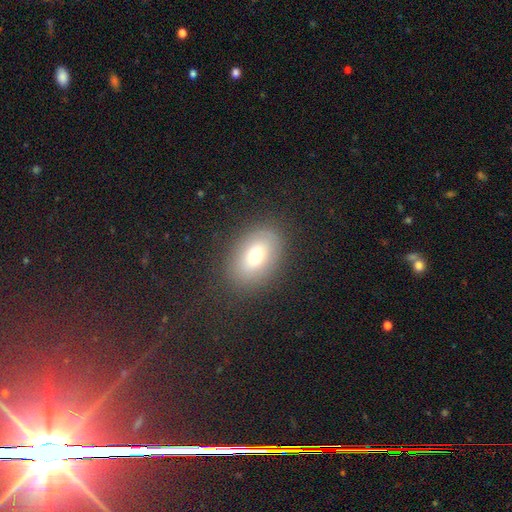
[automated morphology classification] Q: Smooth or featured?
A: smooth (70%); runner-up: featured or disk (19%)
Q: How rounded?
A: in between (80%); runner-up: round (18%)
Q: Merging?
A: none (84%); runner-up: minor disturbance (10%)